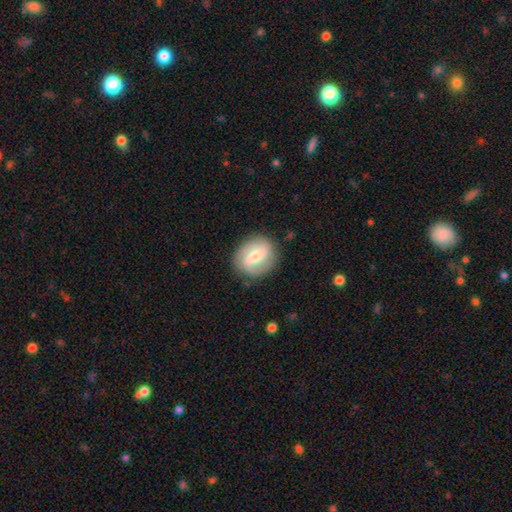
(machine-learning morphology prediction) This is likely a featured or disk galaxy (61%). It is clearly not viewed edge-on (97%). Bar: possibly weak (47%). Spiral arm pattern: clearly yes (85%). Spiral arm count: clearly 2 (81%). Spiral winding: marginally medium (42%). Central bulge: possibly moderate (58%). Merging: clearly none (84%).